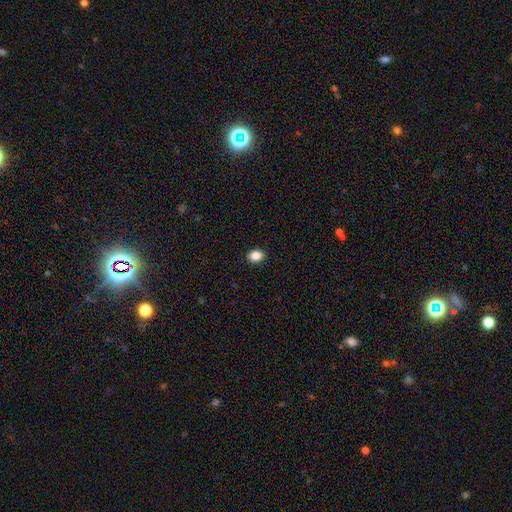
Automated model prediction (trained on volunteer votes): smooth 87%, star or artifact 9%, featured or disk 4%. Down the decision tree: how rounded — in between (55%); merging — none (91%).